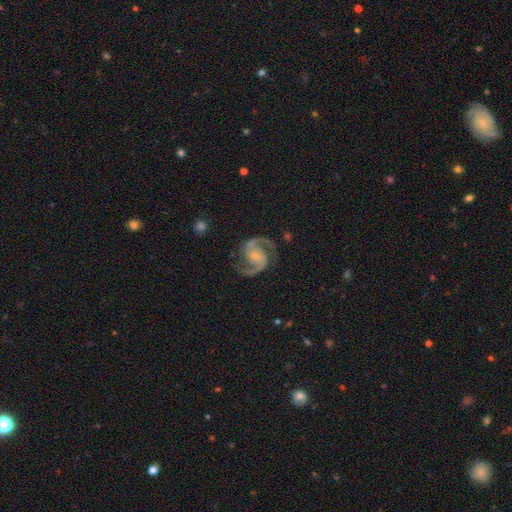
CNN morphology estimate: The model was most divided on "bar": weak: 45%, no: 38%, strong: 17%. More confident: spiral arms — yes (99%); edge-on disk — no (98%); spiral arm count — 2 (94%); smooth or featured — featured or disk (94%); merging — none (81%); spiral winding — medium (68%); bulge size — small (58%).